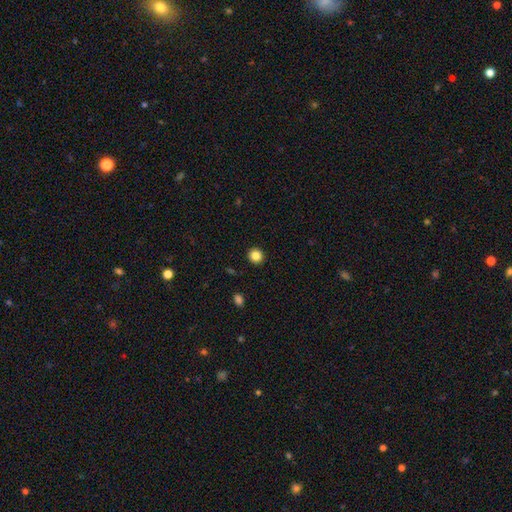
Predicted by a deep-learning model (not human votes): This appears to be a smooth galaxy with no disk features (85%) that is round (92%). Merging: none (93%).